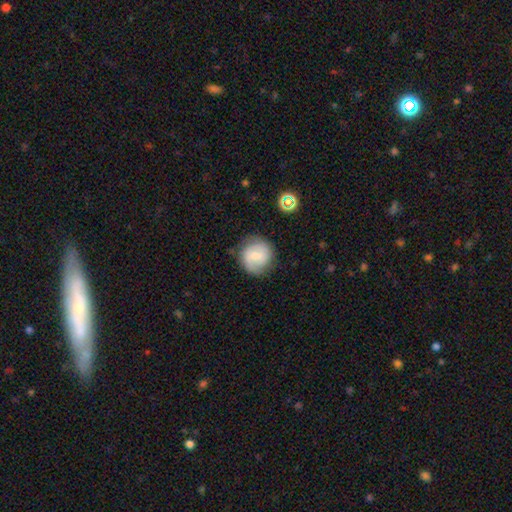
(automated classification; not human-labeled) Smooth or featured? Predicted: smooth (p=0.62). How rounded? Predicted: round (p=0.88). Merging? Predicted: none (p=0.71).